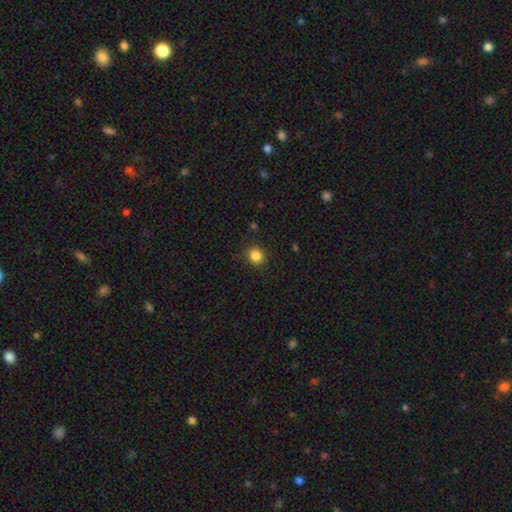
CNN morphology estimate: Smooth or featured? Predicted: smooth (p=0.85). How rounded? Predicted: round (p=0.84). Merging? Predicted: none (p=0.88).